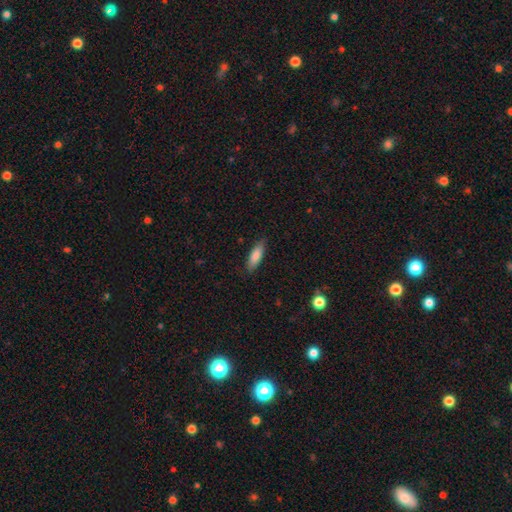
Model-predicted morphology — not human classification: The model was most divided on "how rounded": in between: 50%, cigar-shaped: 48%, round: 2%. More confident: merging — none (85%); smooth or featured — smooth (82%).